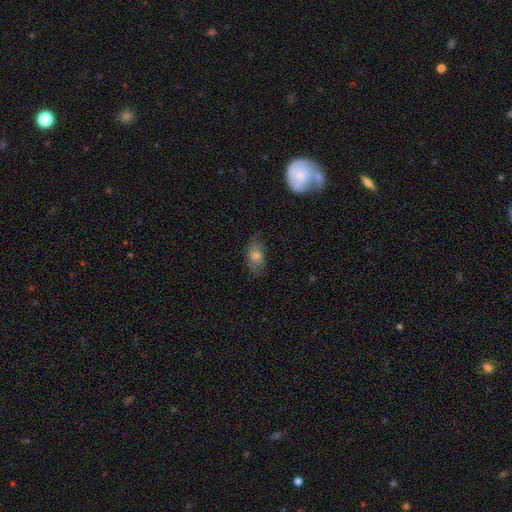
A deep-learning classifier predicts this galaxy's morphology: smooth 53%, featured or disk 33%, star or artifact 14%. Down the decision tree: how rounded — in between (81%); merging — none (68%).